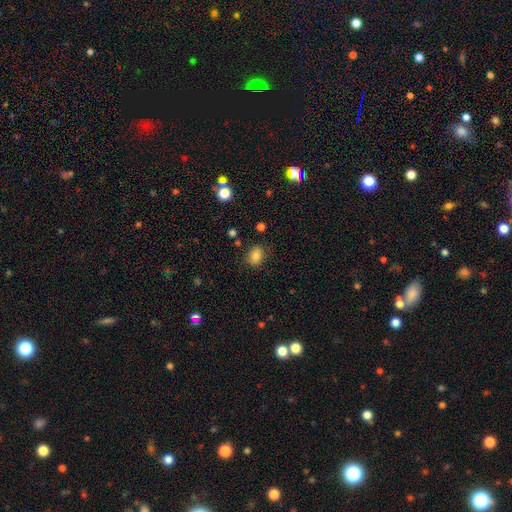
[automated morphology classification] smooth-or-featured: smooth: 84% | star or artifact: 11% | featured or disk: 6%
  how-rounded: in between: 62% | round: 36% | cigar-shaped: 1%
  merging: none: 80% | minor disturbance: 14% | major disturbance: 4% | merger: 2%